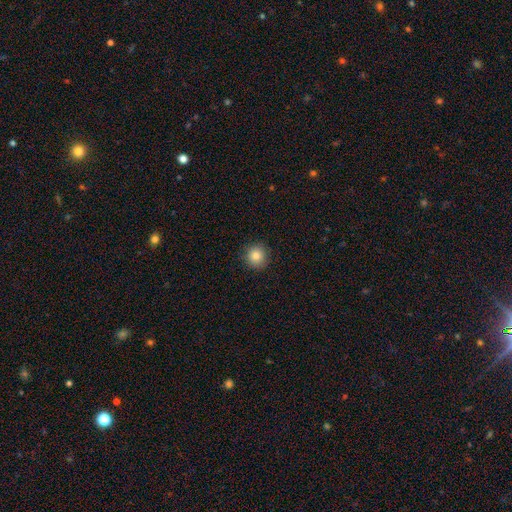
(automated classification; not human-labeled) Smooth or featured? Predicted: smooth (p=0.83). How rounded? Predicted: round (p=0.93). Merging? Predicted: none (p=0.90).